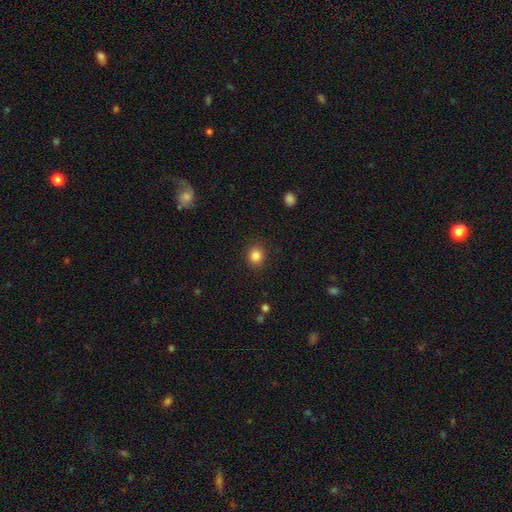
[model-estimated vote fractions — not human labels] smooth-or-featured: smooth: 85% | star or artifact: 10% | featured or disk: 5%
  how-rounded: round: 81% | in between: 18% | cigar-shaped: 1%
  merging: none: 89% | minor disturbance: 8% | major disturbance: 2% | merger: 1%